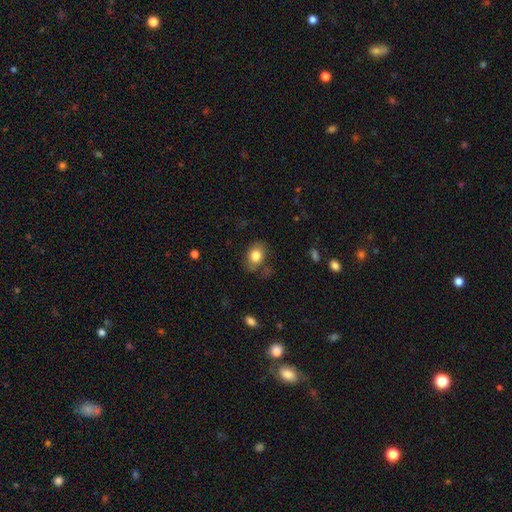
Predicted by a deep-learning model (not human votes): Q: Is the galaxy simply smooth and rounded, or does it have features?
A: smooth — 79%.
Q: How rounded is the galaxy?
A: in between — 70%.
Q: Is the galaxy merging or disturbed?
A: none — 68%.